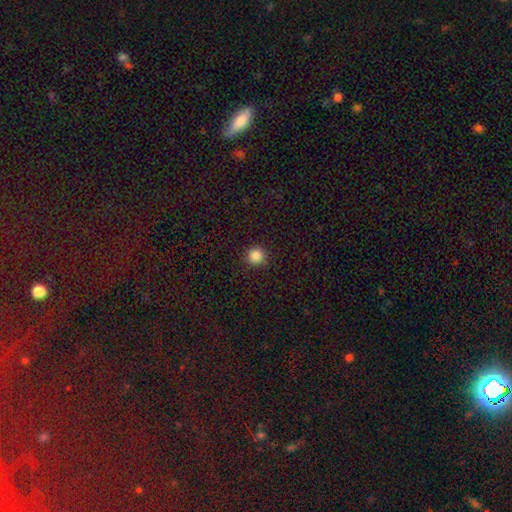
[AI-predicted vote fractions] smooth_or_featured: smooth (p=0.85) [alt: star or artifact p=0.11]
how_rounded: round (p=0.95) [alt: in between p=0.04]
merging: none (p=0.91) [alt: minor disturbance p=0.06]